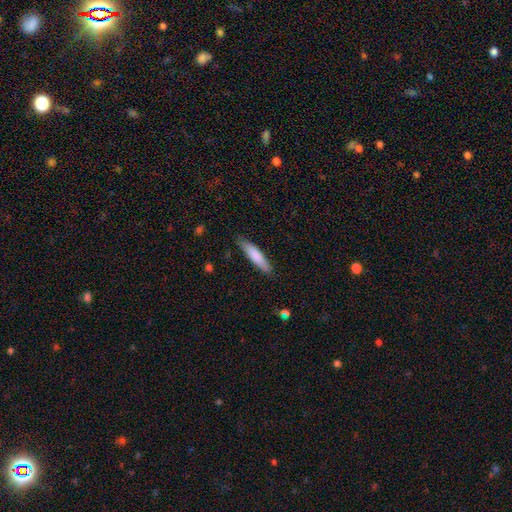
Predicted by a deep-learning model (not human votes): Overall: smooth (80%). How rounded: cigar-shaped (77%). Merging: none (84%).